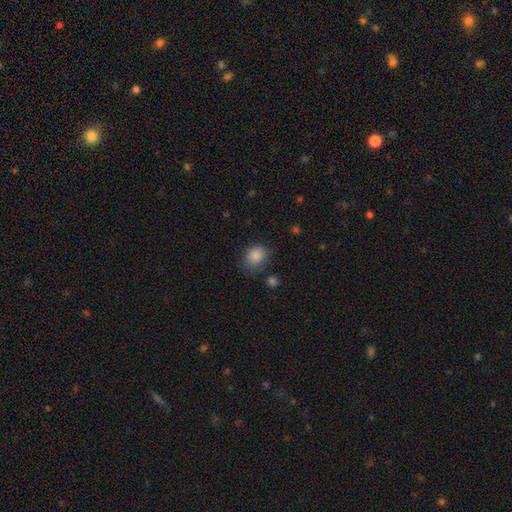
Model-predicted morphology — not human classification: This is clearly a smooth galaxy (87%). How rounded: possibly round (51%). Merging: likely none (73%).